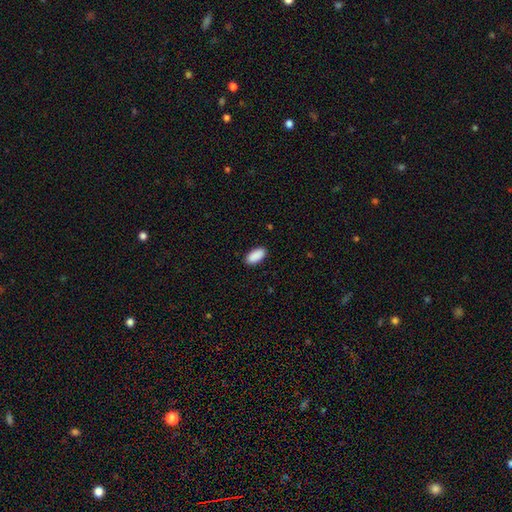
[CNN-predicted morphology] A smooth galaxy with no disk features (91%) that is in between round and cigar-shaped (93%).

Vote fractions:
- Smooth or featured? smooth: 91% / star or artifact: 6% / featured or disk: 3%
- How rounded? in between: 93% / cigar-shaped: 5% / round: 2%
- Merging? none: 89% / minor disturbance: 8% / major disturbance: 2% / merger: 1%